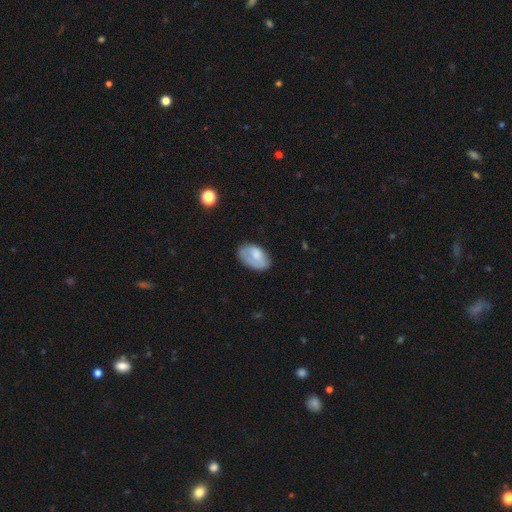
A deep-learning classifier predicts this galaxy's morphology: A smooth galaxy with no disk features (67%) that is in between round and cigar-shaped (91%). Merging: none (59%).